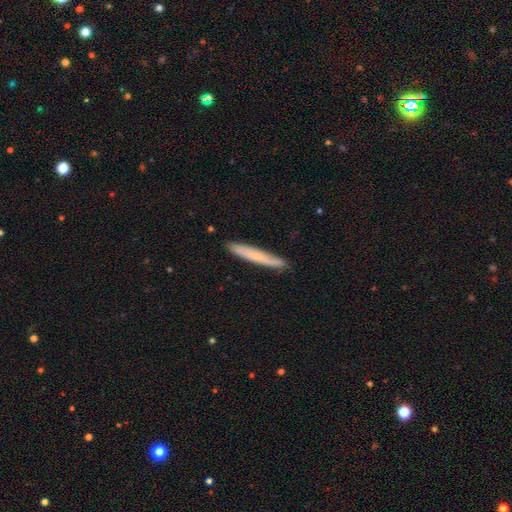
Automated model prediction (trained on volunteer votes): A smooth galaxy with no disk features (62%) that is cigar-shaped (96%). Merging: none (88%).